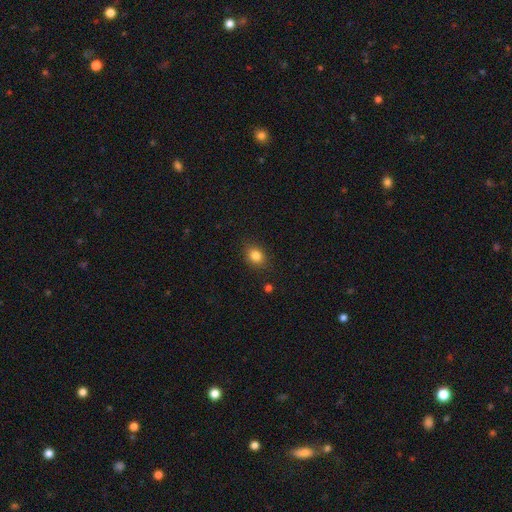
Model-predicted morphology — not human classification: smooth_or_featured: smooth (p=0.83) [alt: star or artifact p=0.11]
how_rounded: in between (p=0.57) [alt: round p=0.41]
merging: none (p=0.85) [alt: minor disturbance p=0.11]